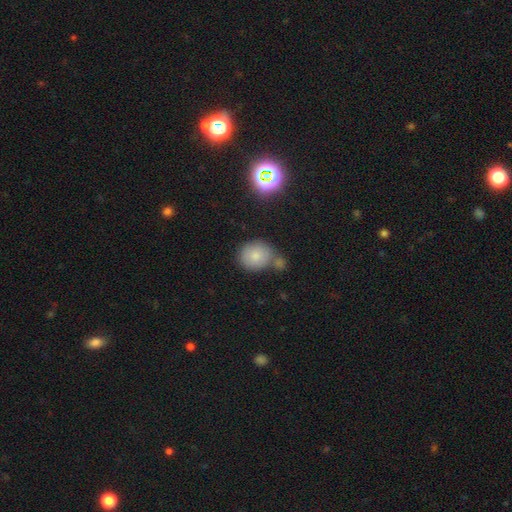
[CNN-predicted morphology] smooth 79%, star or artifact 12%, featured or disk 10%. Down the decision tree: how rounded — round (79%); merging — none (55%).